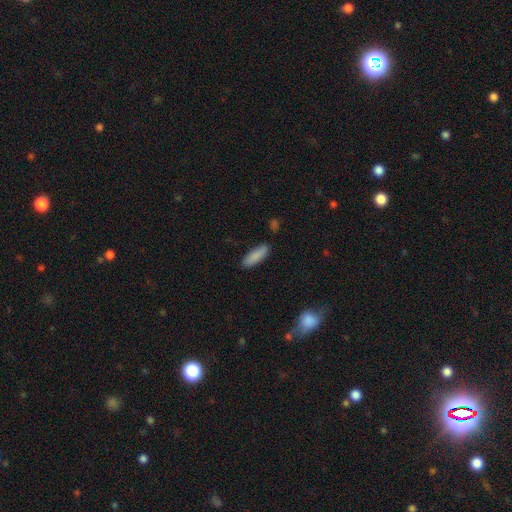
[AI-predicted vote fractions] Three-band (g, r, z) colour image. It shows a smooth galaxy with no disk features (87%) that is in between round and cigar-shaped (53%). Merging: none (84%).